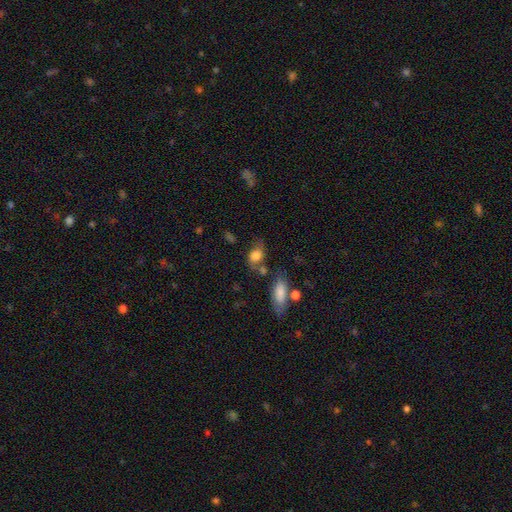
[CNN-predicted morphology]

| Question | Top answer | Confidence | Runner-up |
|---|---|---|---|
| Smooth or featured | smooth | 73% | featured or disk (18%) |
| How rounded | in between | 73% | round (24%) |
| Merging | none | 49% | minor disturbance (24%) |